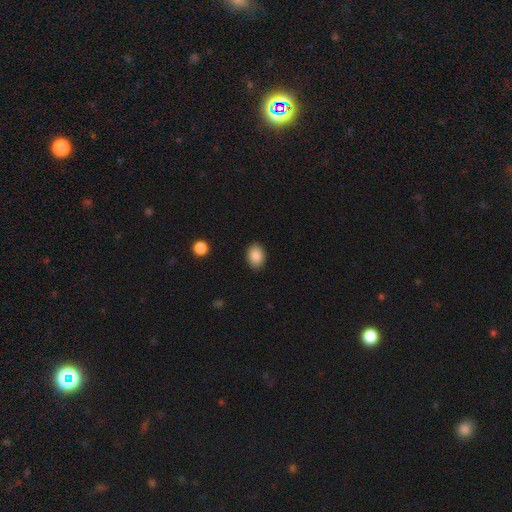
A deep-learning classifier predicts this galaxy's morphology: Smooth or featured? Predicted: smooth (p=0.87). How rounded? Predicted: in between (p=0.76). Merging? Predicted: none (p=0.89).